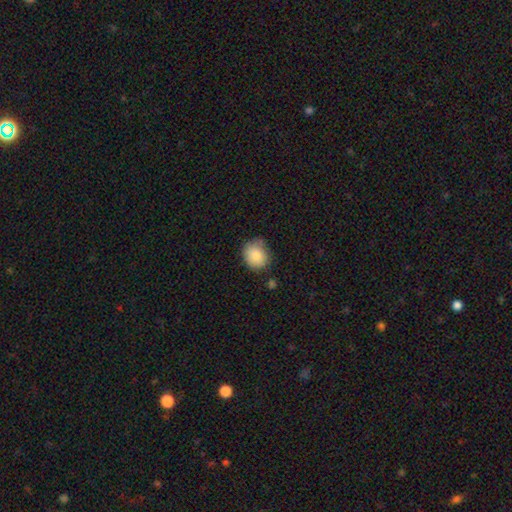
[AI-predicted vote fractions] smooth_or_featured: smooth (p=0.84) [alt: star or artifact p=0.08]
how_rounded: round (p=0.73) [alt: in between p=0.26]
merging: none (p=0.68) [alt: minor disturbance p=0.23]